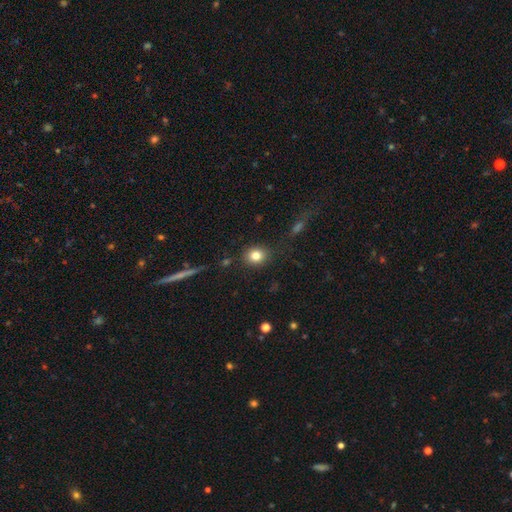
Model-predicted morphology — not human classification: type=smooth (81%); roundness=round (69%); merging=none (85%).